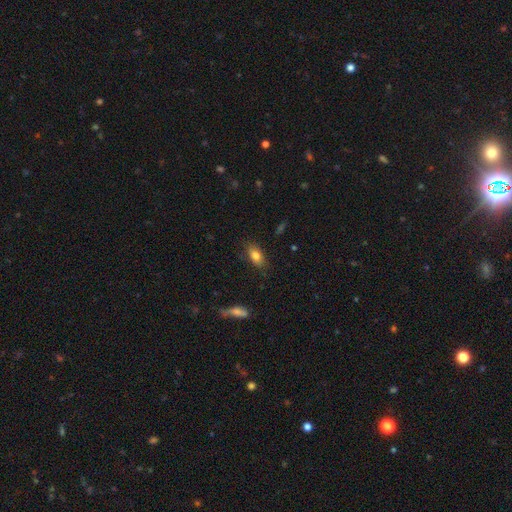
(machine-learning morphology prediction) smooth 81%, featured or disk 11%, star or artifact 9%. Down the decision tree: how rounded — in between (85%); merging — none (82%).